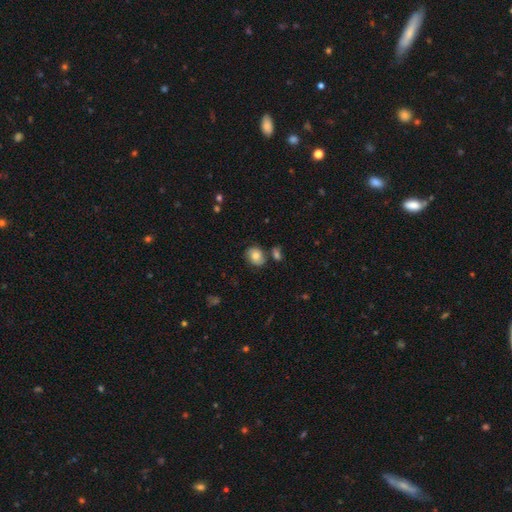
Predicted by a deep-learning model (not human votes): smooth_or_featured: smooth (p=0.69) [alt: featured or disk p=0.22]
how_rounded: round (p=0.51) [alt: in between p=0.48]
merging: none (p=0.69) [alt: minor disturbance p=0.17]